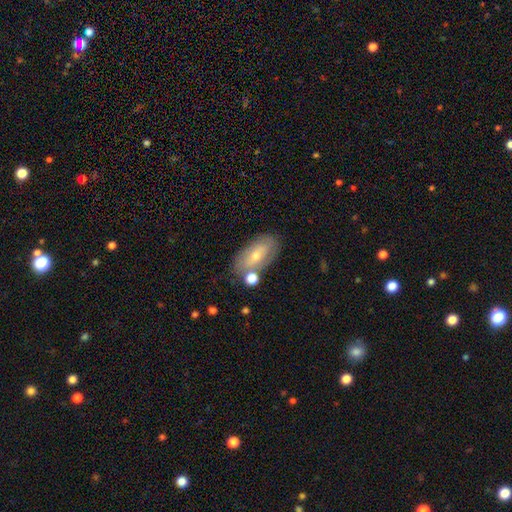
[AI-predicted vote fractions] Smooth or featured? smooth (52%)
How rounded? in between (88%)
Merging? none (68%)